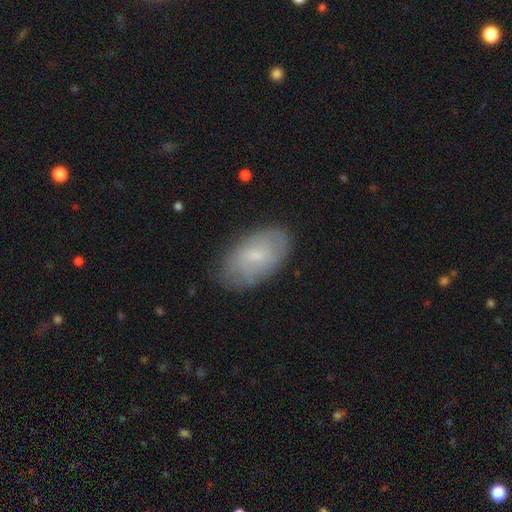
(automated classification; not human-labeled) The model was most divided on "smooth or featured": smooth: 59%, featured or disk: 34%, star or artifact: 7%. More confident: how rounded — in between (94%); merging — none (77%).